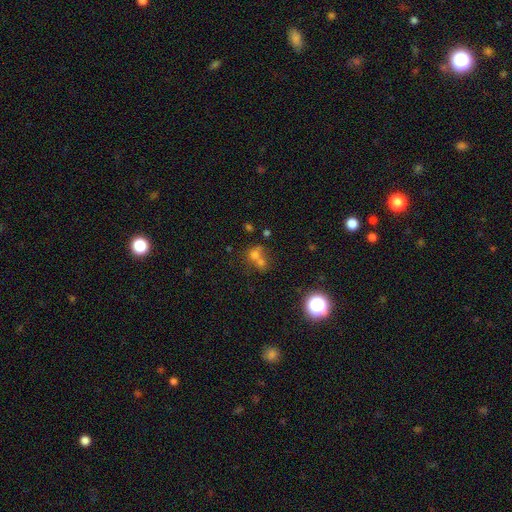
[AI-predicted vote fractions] smooth_or_featured: smooth (p=0.57) [alt: star or artifact p=0.27]
how_rounded: round (p=0.78) [alt: in between p=0.21]
merging: merger (p=0.55) [alt: none p=0.35]